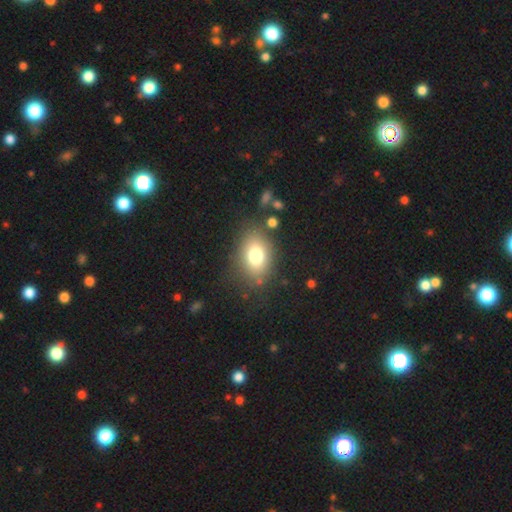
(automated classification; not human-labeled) Smooth or featured: smooth — 76% (featured or disk — 13%)
How rounded: in between — 73% (round — 26%)
Merging: none — 78% (minor disturbance — 12%)